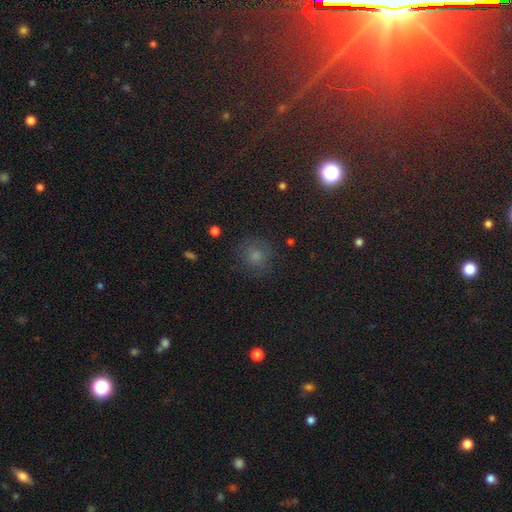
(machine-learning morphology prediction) This appears to be a smooth galaxy with no disk features (58%) that is round (86%). Merging: none (74%).